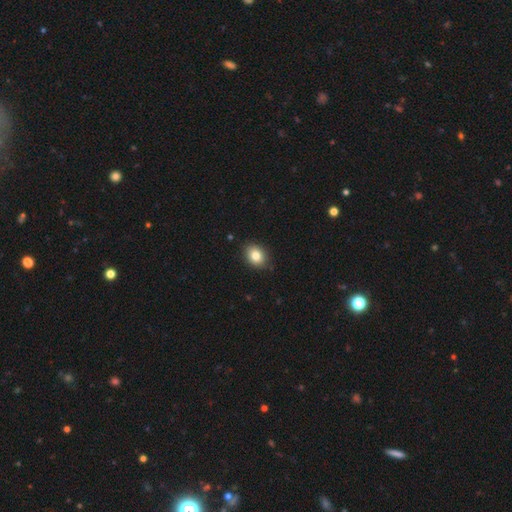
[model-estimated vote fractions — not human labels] Smooth or featured? smooth (83%)
How rounded? in between (61%)
Merging? none (87%)